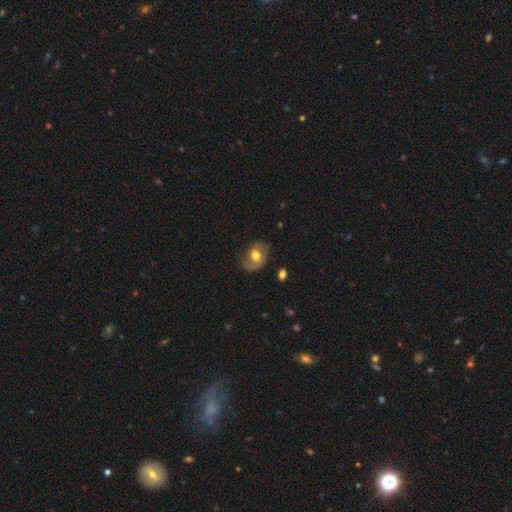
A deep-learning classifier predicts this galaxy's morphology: Smooth or featured: featured or disk — 48% (smooth — 44%)
Merging: none — 58% (minor disturbance — 25%)